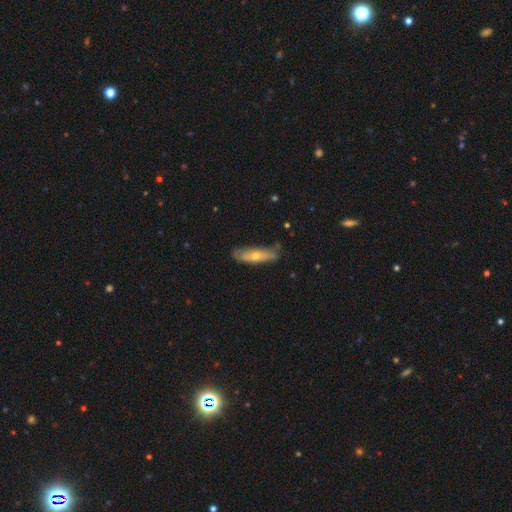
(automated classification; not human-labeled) Q: Smooth or featured?
A: featured or disk (48%); runner-up: smooth (45%)
Q: Merging?
A: none (69%); runner-up: minor disturbance (24%)